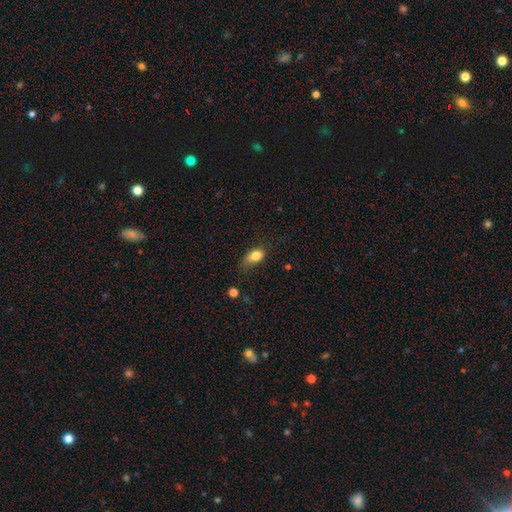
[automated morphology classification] Smooth or featured?
  - smooth: 82% *
  - star or artifact: 9%
  - featured or disk: 9%
How rounded?
  - in between: 80% *
  - round: 17%
  - cigar-shaped: 3%
Merging?
  - none: 52% *
  - minor disturbance: 34%
  - major disturbance: 12%
  - merger: 2%